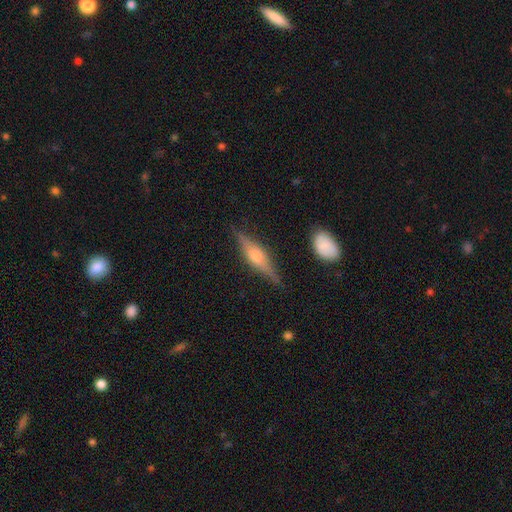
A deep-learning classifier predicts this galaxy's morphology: Overall: featured or disk (72%). Edge-on disk: yes (97%). Edge-on bulge: rounded (85%). Merging: none (83%).